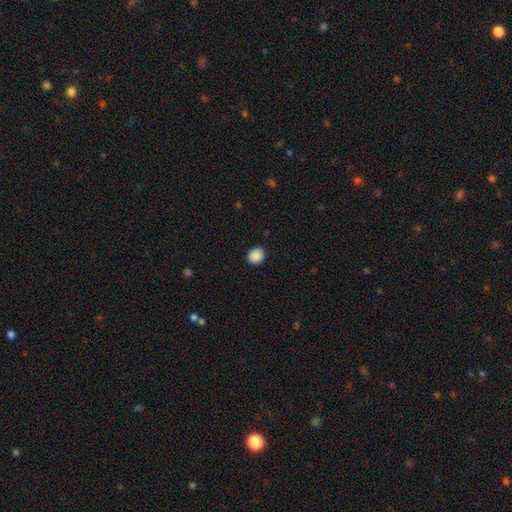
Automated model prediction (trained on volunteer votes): Smooth or featured? smooth (89%)
How rounded? round (76%)
Merging? none (91%)